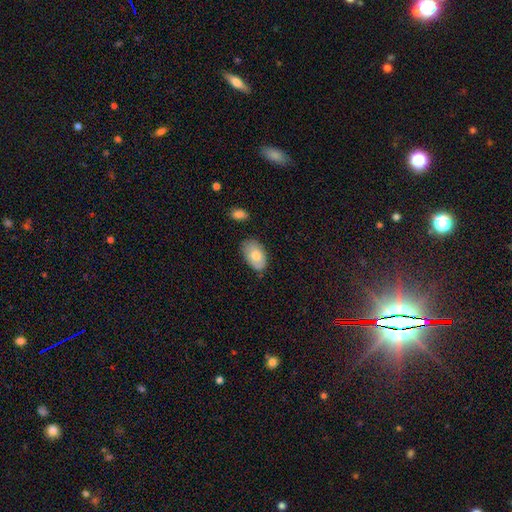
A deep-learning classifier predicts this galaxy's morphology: The model was most divided on "merging": none: 71%, minor disturbance: 22%, major disturbance: 4%, merger: 3%. More confident: how rounded — in between (92%); smooth or featured — smooth (76%).